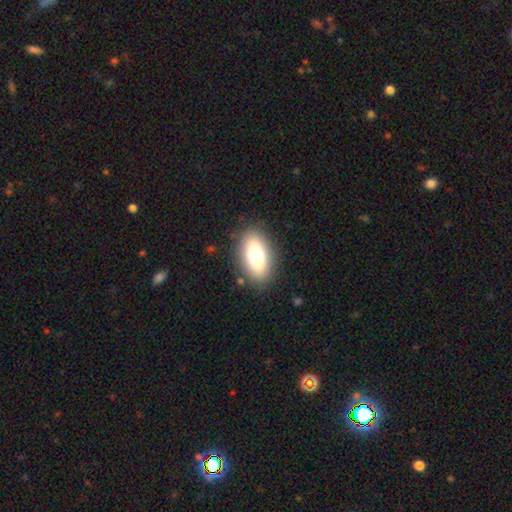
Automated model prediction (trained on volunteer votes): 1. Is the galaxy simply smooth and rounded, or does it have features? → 70% smooth, 20% featured or disk, 10% star or artifact.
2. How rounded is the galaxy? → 86% in between, 8% round, 5% cigar-shaped.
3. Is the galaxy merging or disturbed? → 85% none, 10% minor disturbance, 4% major disturbance, 2% merger.